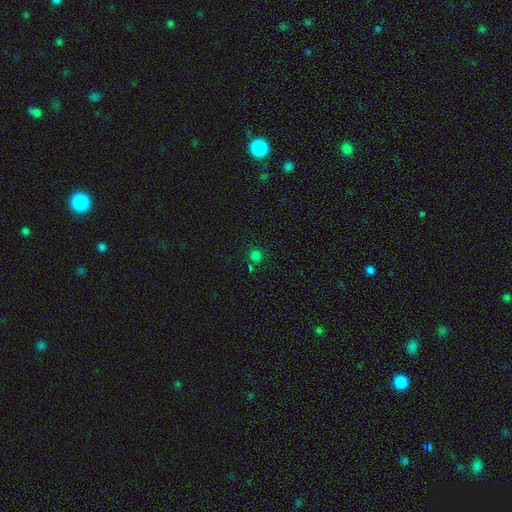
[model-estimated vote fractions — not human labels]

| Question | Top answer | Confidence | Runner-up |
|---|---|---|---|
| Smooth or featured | smooth | 73% | star or artifact (22%) |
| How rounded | round | 83% | in between (16%) |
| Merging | none | 75% | merger (12%) |